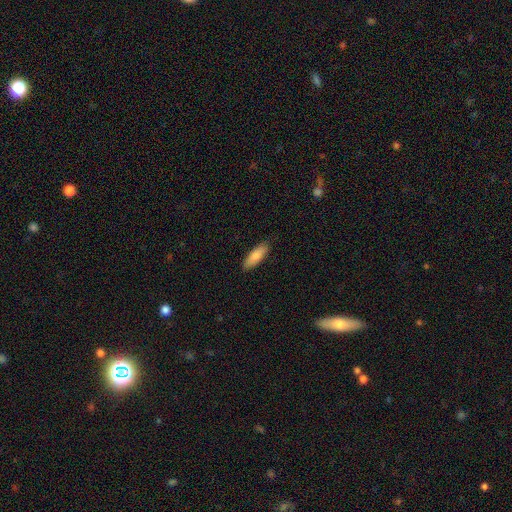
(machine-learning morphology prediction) Smooth or featured? smooth (82%)
How rounded? in between (55%)
Merging? none (88%)